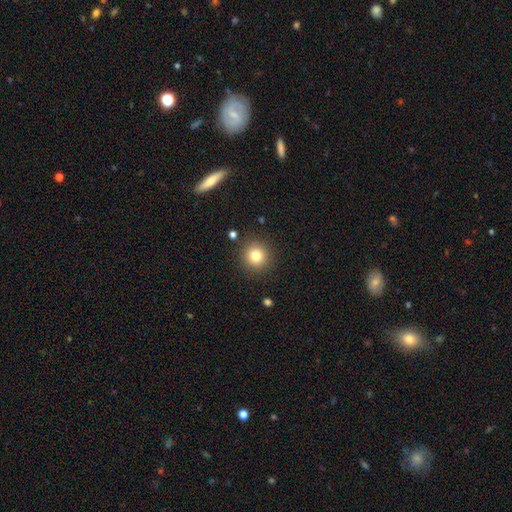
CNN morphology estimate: Smooth or featured: smooth — 80% (star or artifact — 12%)
How rounded: round — 94% (in between — 5%)
Merging: none — 89% (minor disturbance — 7%)